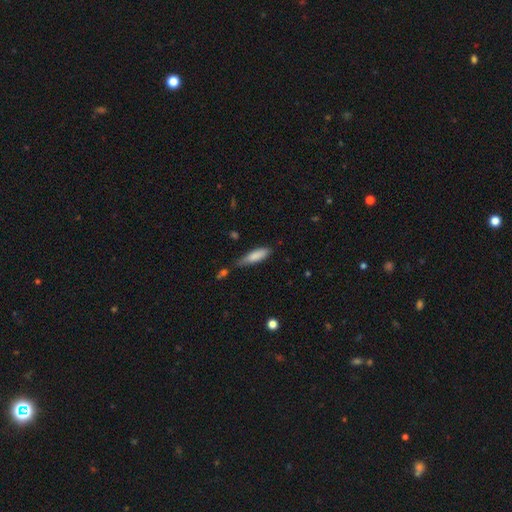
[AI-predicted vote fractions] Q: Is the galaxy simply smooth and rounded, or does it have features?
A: smooth — 82%.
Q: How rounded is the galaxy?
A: cigar-shaped — 60%.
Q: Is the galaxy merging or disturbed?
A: none — 57%.